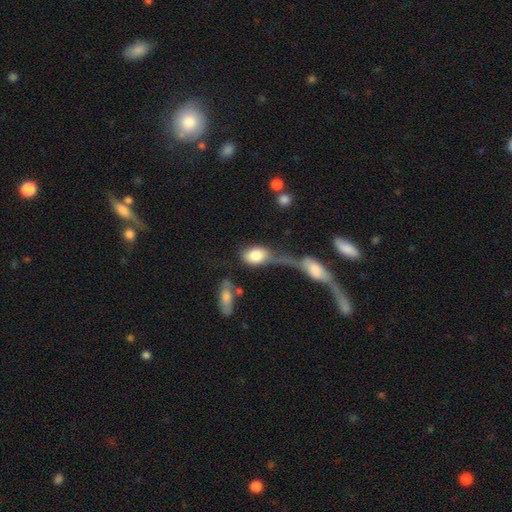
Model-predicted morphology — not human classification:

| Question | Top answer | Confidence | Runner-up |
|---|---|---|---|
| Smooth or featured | smooth | 78% | featured or disk (15%) |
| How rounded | in between | 80% | round (16%) |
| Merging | merger | 50% | none (22%) |